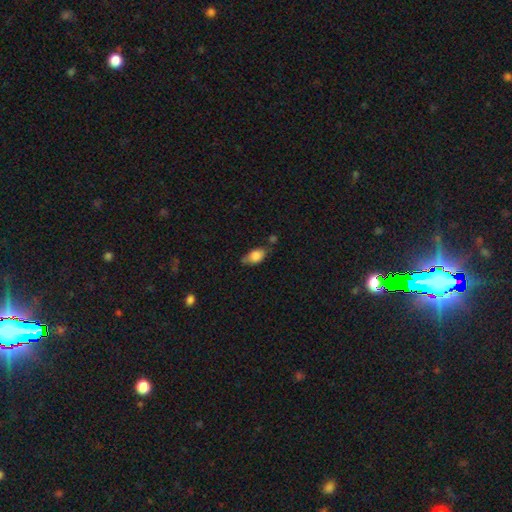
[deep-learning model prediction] smooth 79%, featured or disk 13%, star or artifact 8%. Down the decision tree: how rounded — in between (84%); merging — none (51%).